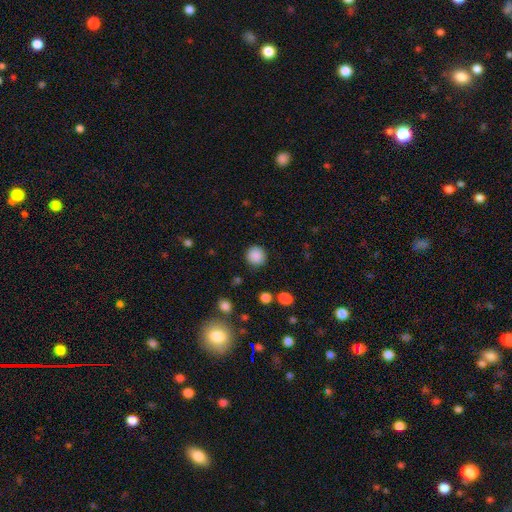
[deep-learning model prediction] Smooth or featured?
  - smooth: 87% *
  - star or artifact: 10%
  - featured or disk: 3%
How rounded?
  - round: 92% *
  - in between: 7%
  - cigar-shaped: 1%
Merging?
  - none: 90% *
  - minor disturbance: 7%
  - major disturbance: 3%
  - merger: 1%